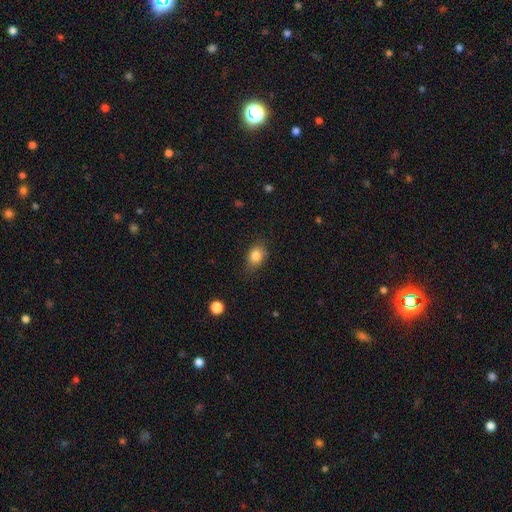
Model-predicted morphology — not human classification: type=smooth (83%); roundness=in between (70%); merging=none (77%).